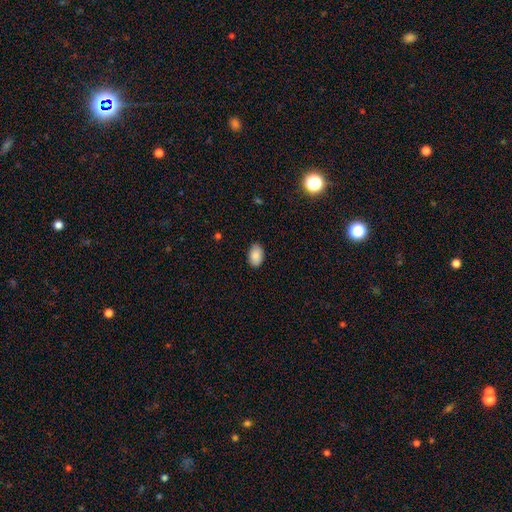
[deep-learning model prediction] The model was most divided on "merging": none: 86%, minor disturbance: 11%, major disturbance: 2%, merger: 1%. More confident: how rounded — in between (91%); smooth or featured — smooth (87%).